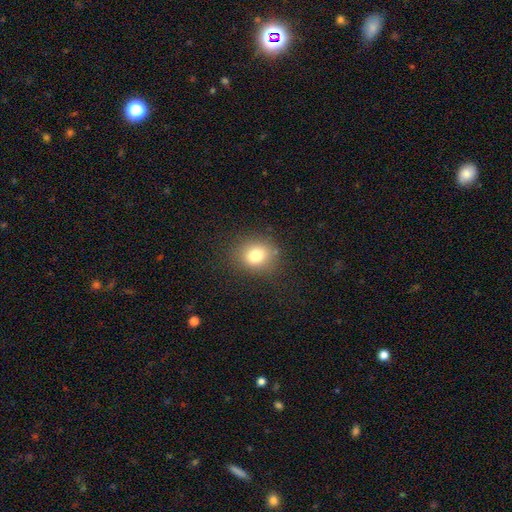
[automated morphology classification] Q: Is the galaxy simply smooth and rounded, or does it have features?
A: smooth — 79%.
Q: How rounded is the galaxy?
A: round — 69%.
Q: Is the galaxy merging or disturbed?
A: none — 83%.